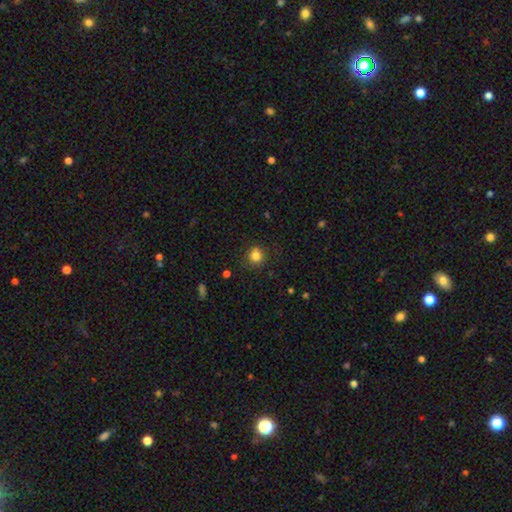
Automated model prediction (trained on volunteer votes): This appears to be a smooth galaxy with no disk features (82%) that is round (87%). Merging: none (81%).